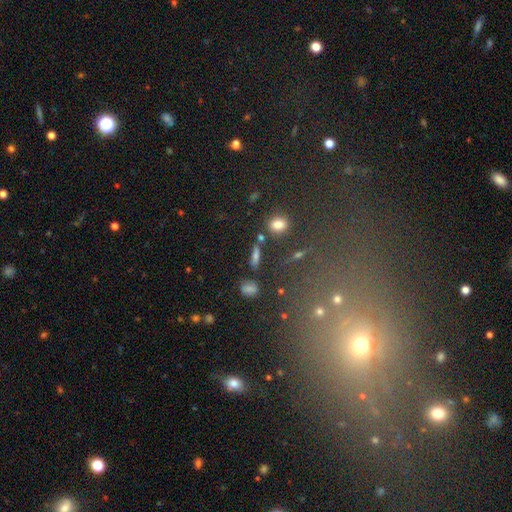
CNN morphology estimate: smooth-or-featured: smooth: 55% | featured or disk: 27% | star or artifact: 18%
  how-rounded: cigar-shaped: 52% | in between: 32% | round: 16%
  merging: none: 80% | minor disturbance: 10% | merger: 6% | major disturbance: 4%